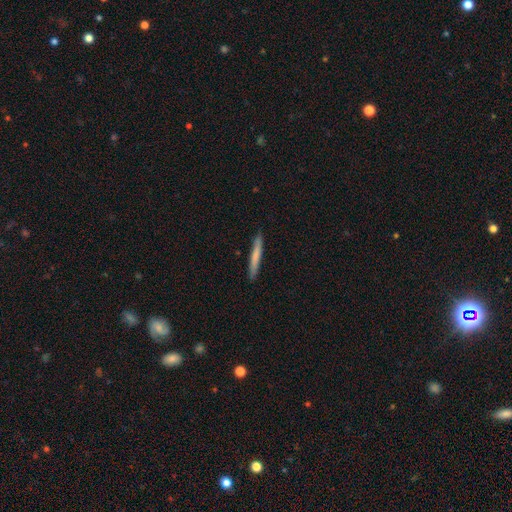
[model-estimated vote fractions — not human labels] Overall: smooth (70%). How rounded: cigar-shaped (96%). Merging: none (89%).